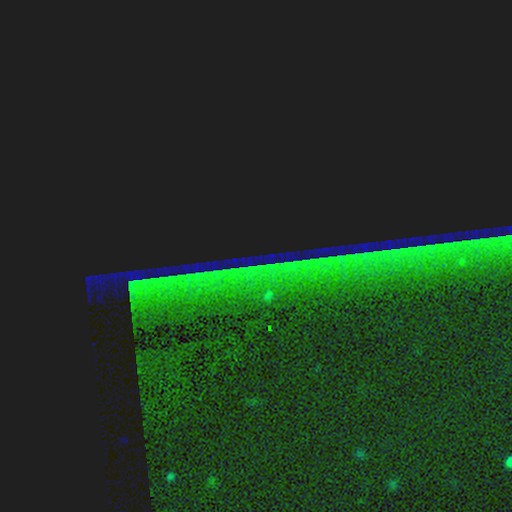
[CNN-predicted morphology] Q: Smooth or featured?
A: star or artifact (88%); runner-up: smooth (6%)